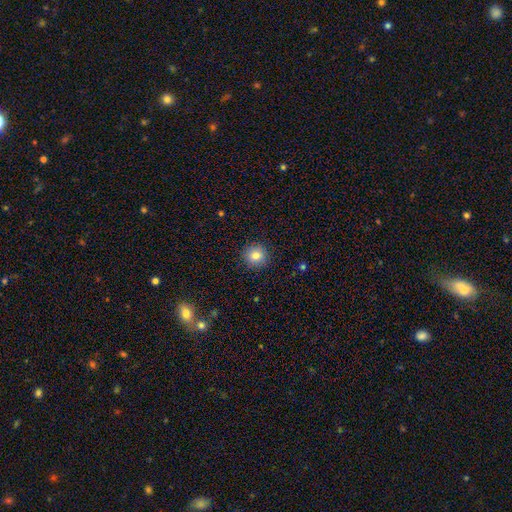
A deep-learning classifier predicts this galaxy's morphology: smooth_or_featured: smooth (p=0.83) [alt: star or artifact p=0.11]
how_rounded: round (p=0.93) [alt: in between p=0.06]
merging: none (p=0.91) [alt: minor disturbance p=0.06]